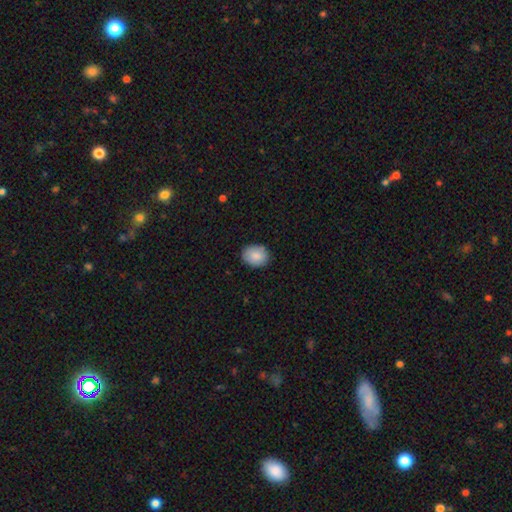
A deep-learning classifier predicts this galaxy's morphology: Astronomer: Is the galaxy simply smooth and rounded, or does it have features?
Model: smooth — 86%.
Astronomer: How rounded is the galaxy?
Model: round — 51% (runner-up: in between, 48%).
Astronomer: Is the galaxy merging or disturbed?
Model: none — 86%.